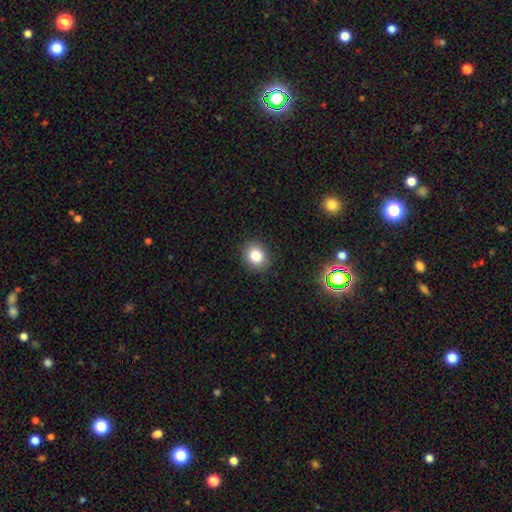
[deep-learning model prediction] Smooth or featured? Predicted: smooth (p=0.82). How rounded? Predicted: round (p=0.66). Merging? Predicted: none (p=0.90).